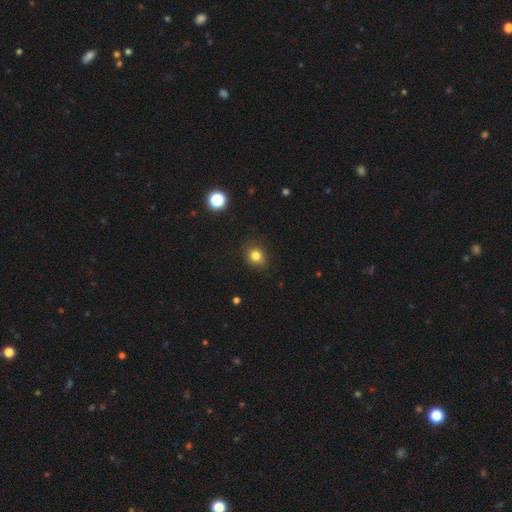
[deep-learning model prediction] smooth_or_featured: smooth (p=0.81) [alt: star or artifact p=0.13]
how_rounded: round (p=0.69) [alt: in between p=0.30]
merging: none (p=0.82) [alt: minor disturbance p=0.13]